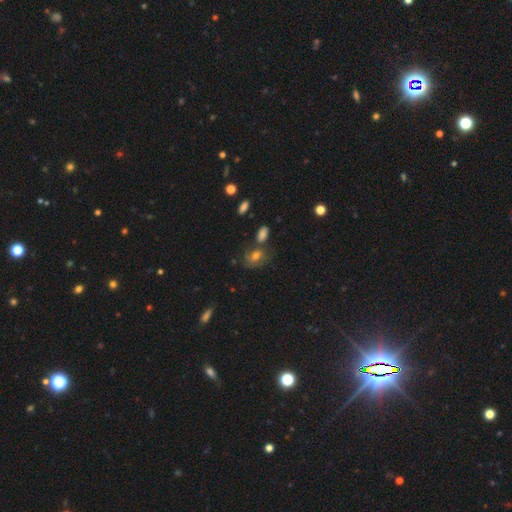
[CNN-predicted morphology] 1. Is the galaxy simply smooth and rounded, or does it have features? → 46% smooth, 34% featured or disk, 20% star or artifact.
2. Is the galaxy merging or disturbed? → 51% none, 20% minor disturbance, 17% merger, 11% major disturbance.